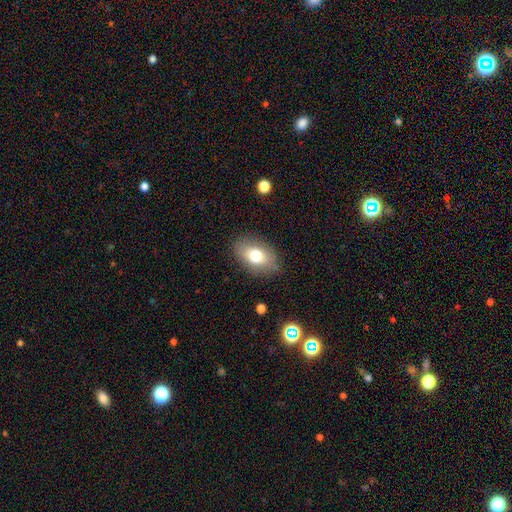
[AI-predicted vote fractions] A smooth galaxy with no disk features (73%) that is in between round and cigar-shaped (88%). Merging: none (82%).